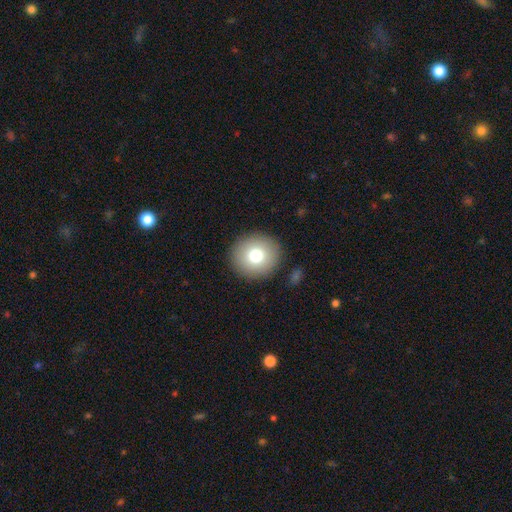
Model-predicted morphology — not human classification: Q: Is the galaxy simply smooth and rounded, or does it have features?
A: smooth — 75%.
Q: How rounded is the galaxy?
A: round — 90%.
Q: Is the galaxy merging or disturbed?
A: none — 90%.